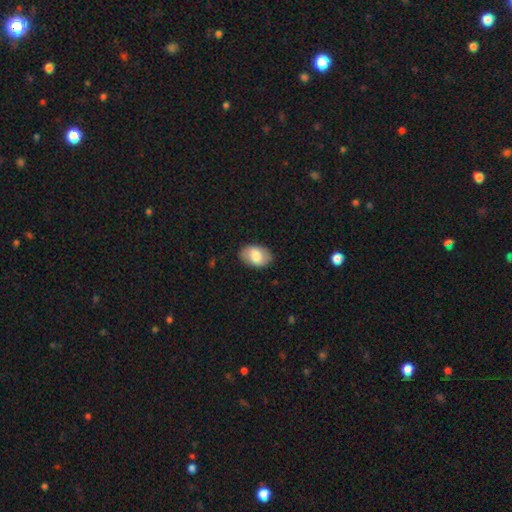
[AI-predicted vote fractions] This is likely a smooth galaxy (77%). How rounded: clearly in between (88%). Merging: clearly none (84%).